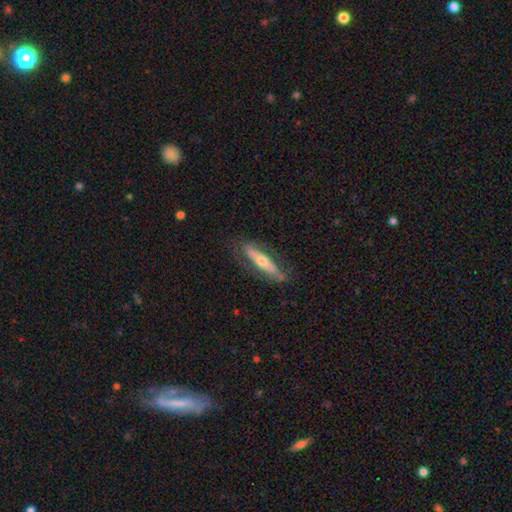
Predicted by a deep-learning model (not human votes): This is possibly a featured or disk galaxy (50%). Merging: clearly none (81%).